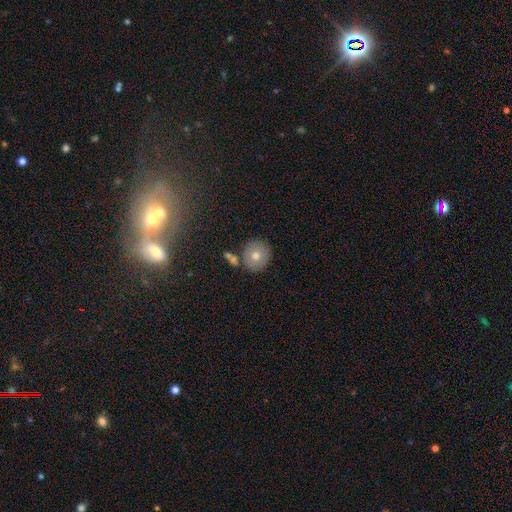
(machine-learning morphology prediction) This is likely a smooth galaxy (70%). How rounded: clearly round (91%). Merging: clearly none (81%).